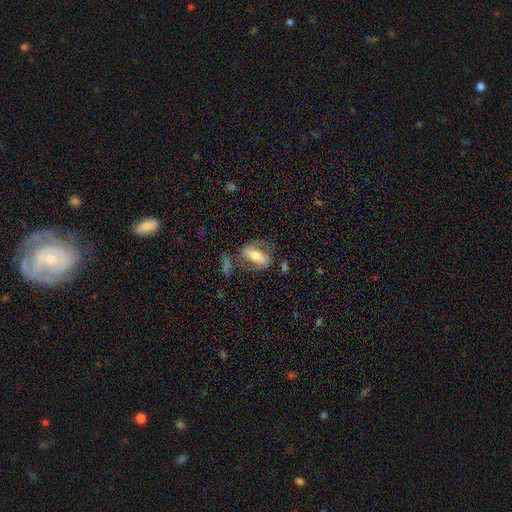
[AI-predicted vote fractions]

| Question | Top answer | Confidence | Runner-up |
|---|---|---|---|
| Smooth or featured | featured or disk | 61% | smooth (32%) |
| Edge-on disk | no | 88% | yes (12%) |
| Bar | strong | 52% | weak (25%) |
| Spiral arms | yes | 70% | no (30%) |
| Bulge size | moderate | 60% | small (23%) |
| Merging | none | 53% | major disturbance (21%) |